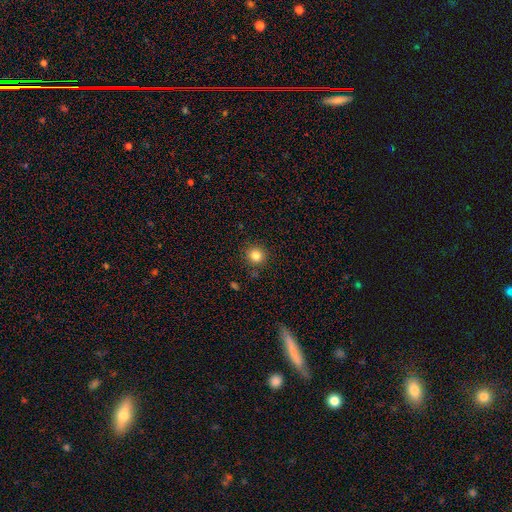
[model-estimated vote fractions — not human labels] This is clearly a smooth galaxy (83%). How rounded: clearly round (92%). Merging: clearly none (88%).